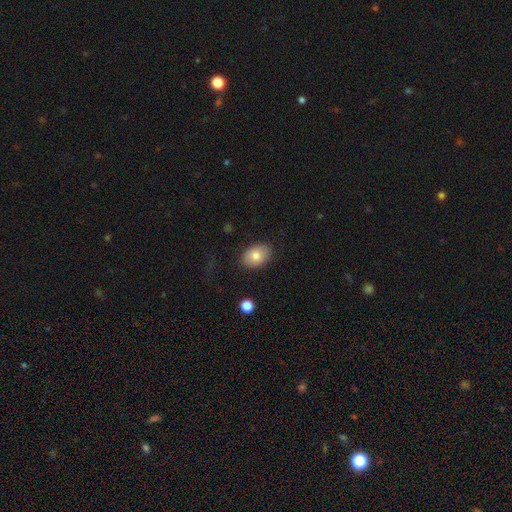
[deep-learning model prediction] The model was most divided on "how rounded": in between: 81%, round: 18%, cigar-shaped: 1%. More confident: merging — none (86%); smooth or featured — smooth (80%).